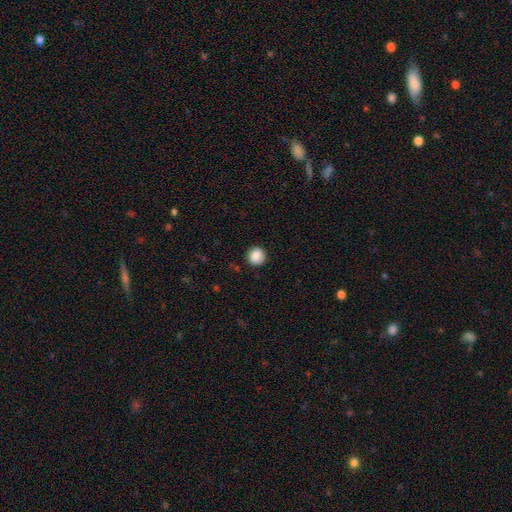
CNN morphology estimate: smooth 88%, star or artifact 9%, featured or disk 3%. Down the decision tree: how rounded — round (93%); merging — none (91%).